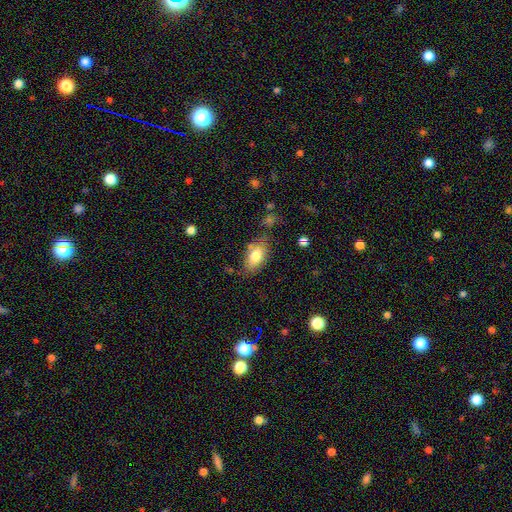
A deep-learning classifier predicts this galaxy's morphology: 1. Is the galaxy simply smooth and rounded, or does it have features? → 76% smooth, 16% featured or disk, 8% star or artifact.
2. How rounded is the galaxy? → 90% in between, 6% round, 4% cigar-shaped.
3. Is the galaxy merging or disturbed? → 68% none, 21% minor disturbance, 6% major disturbance, 5% merger.